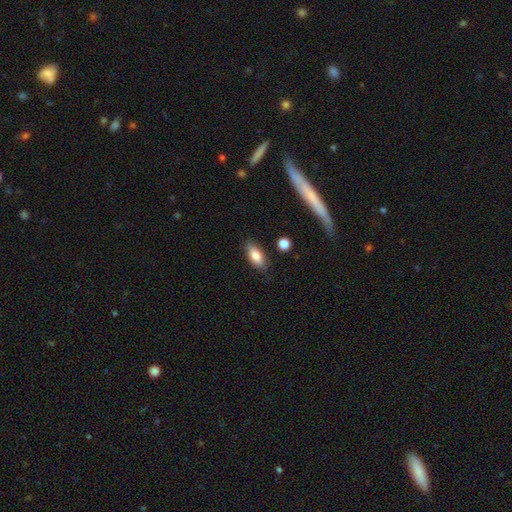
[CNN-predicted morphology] Smooth or featured? Predicted: smooth (p=0.83). How rounded? Predicted: in between (p=0.85). Merging? Predicted: none (p=0.82).